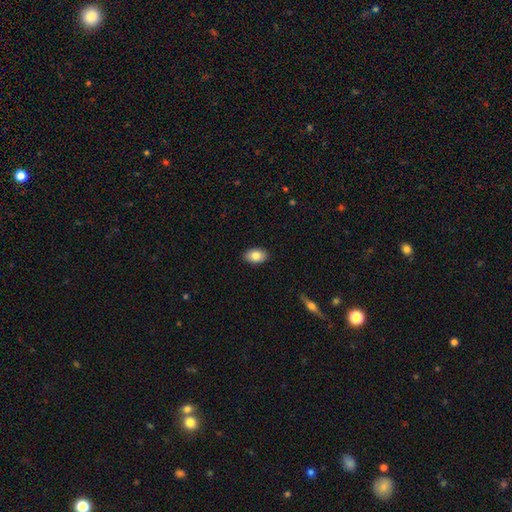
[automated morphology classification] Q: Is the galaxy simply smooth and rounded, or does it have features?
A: smooth — 84%.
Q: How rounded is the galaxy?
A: in between — 89%.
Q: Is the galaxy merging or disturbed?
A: none — 89%.